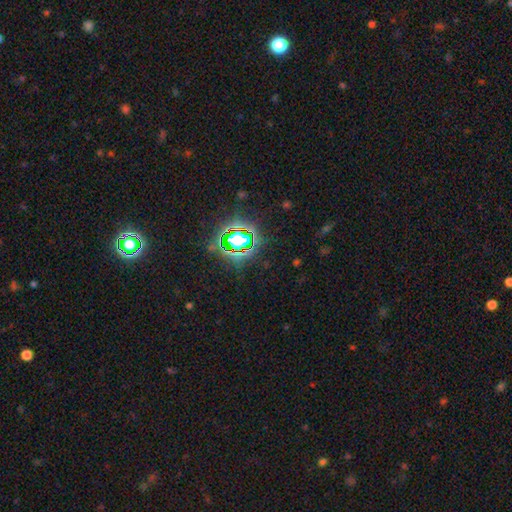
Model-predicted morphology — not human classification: Smooth or featured?
  - star or artifact: 79% *
  - smooth: 13%
  - featured or disk: 8%